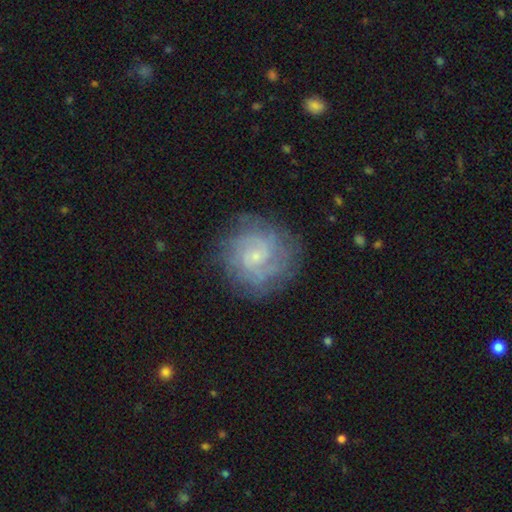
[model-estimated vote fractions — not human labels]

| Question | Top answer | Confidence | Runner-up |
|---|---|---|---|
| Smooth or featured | featured or disk | 74% | smooth (18%) |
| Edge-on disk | no | 98% | yes (2%) |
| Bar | no | 67% | weak (29%) |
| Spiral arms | yes | 90% | no (10%) |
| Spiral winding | tight | 58% | medium (32%) |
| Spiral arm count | can't tell | 42% | 2 (19%) |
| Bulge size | small | 81% | moderate (12%) |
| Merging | none | 77% | minor disturbance (15%) |